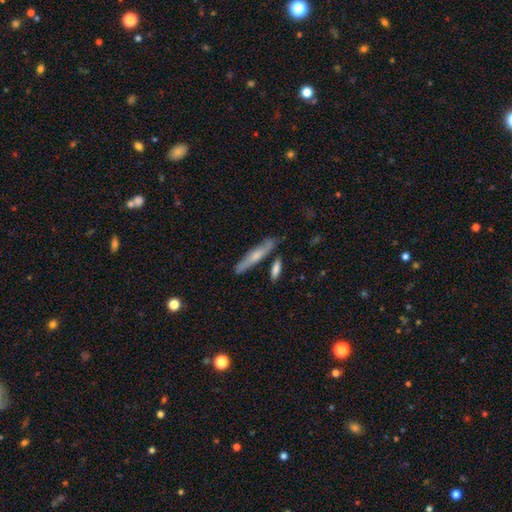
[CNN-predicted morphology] Smooth or featured? Predicted: smooth (p=0.55). How rounded? Predicted: cigar-shaped (p=0.89). Merging? Predicted: none (p=0.77).